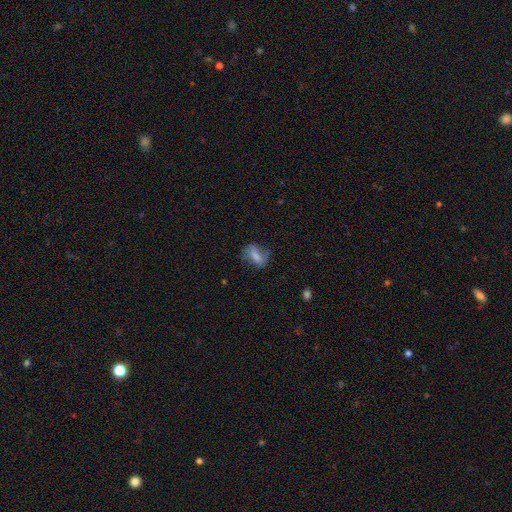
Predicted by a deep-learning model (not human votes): The model was most divided on "merging": none: 60%, minor disturbance: 26%, major disturbance: 12%, merger: 2%. More confident: how rounded — in between (79%); smooth or featured — smooth (63%).